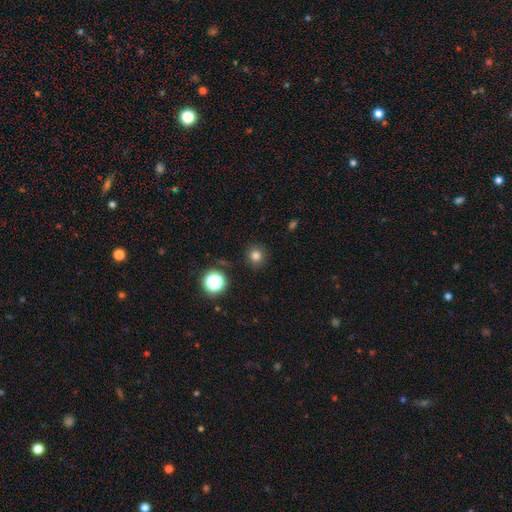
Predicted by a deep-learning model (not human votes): Smooth or featured? Predicted: smooth (p=0.78). How rounded? Predicted: round (p=0.92). Merging? Predicted: none (p=0.89).